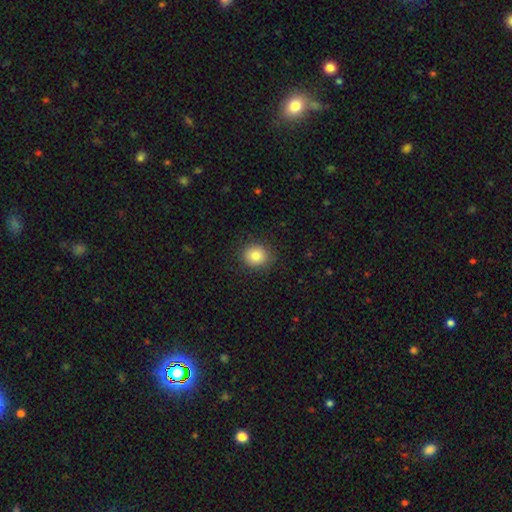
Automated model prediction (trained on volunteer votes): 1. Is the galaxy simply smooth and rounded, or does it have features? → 84% smooth, 10% star or artifact, 6% featured or disk.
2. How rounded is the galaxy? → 77% round, 22% in between, 1% cigar-shaped.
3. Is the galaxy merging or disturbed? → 88% none, 8% minor disturbance, 3% major disturbance, 1% merger.